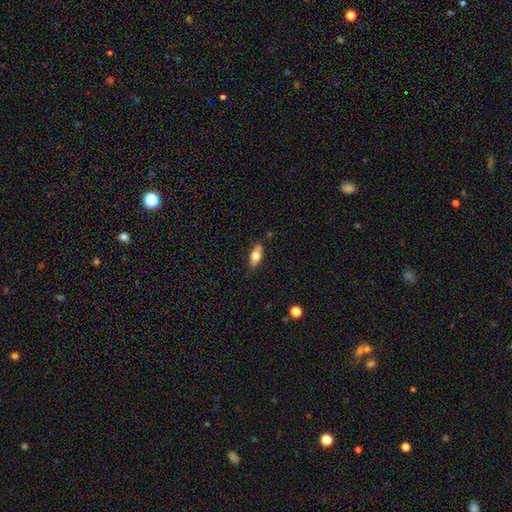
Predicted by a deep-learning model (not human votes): A smooth galaxy with no disk features (63%) that is in between round and cigar-shaped (79%).

Vote fractions:
- Smooth or featured? smooth: 63% / featured or disk: 30% / star or artifact: 7%
- How rounded? in between: 79% / cigar-shaped: 17% / round: 4%
- Merging? none: 82% / minor disturbance: 13% / major disturbance: 2% / merger: 2%